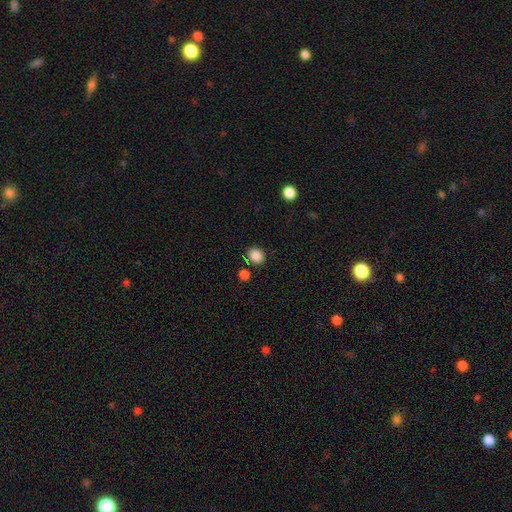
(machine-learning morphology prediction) Smooth or featured?
  - smooth: 86% *
  - star or artifact: 11%
  - featured or disk: 3%
How rounded?
  - round: 75% *
  - in between: 24%
  - cigar-shaped: 1%
Merging?
  - none: 81% *
  - minor disturbance: 9%
  - merger: 7%
  - major disturbance: 3%